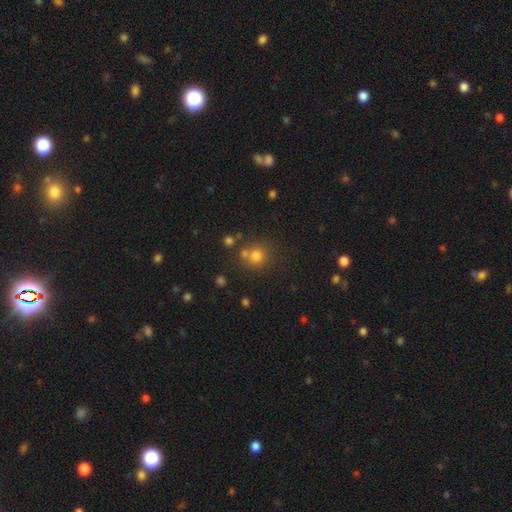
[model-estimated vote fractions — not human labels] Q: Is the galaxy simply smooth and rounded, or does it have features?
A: smooth — 72%.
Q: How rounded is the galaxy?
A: round — 89%.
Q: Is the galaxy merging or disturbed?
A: none — 67%.